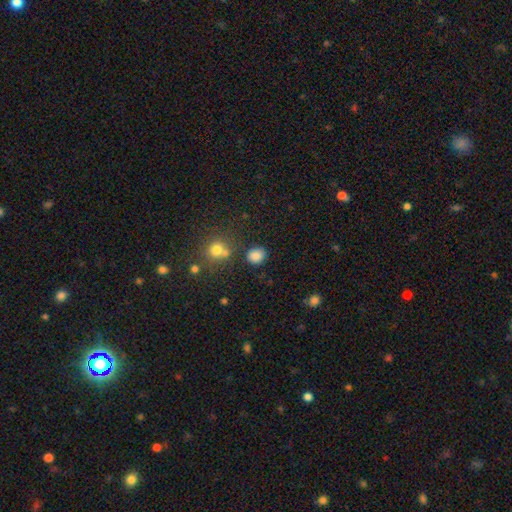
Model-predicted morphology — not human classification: type=smooth (83%); roundness=round (75%); merging=none (82%).